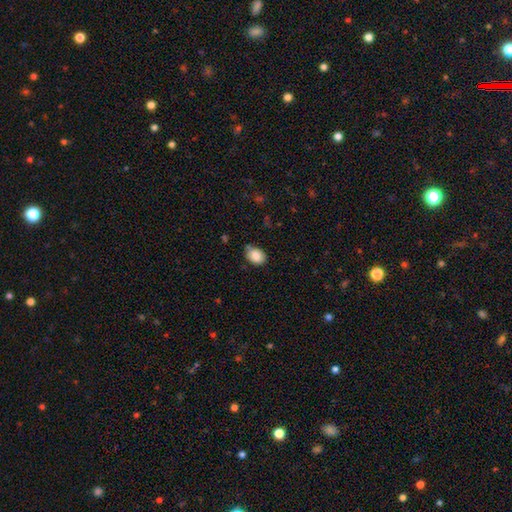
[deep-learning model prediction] smooth-or-featured: smooth: 86% | star or artifact: 8% | featured or disk: 7%
  how-rounded: in between: 68% | round: 31% | cigar-shaped: 1%
  merging: none: 78% | minor disturbance: 15% | merger: 4% | major disturbance: 3%